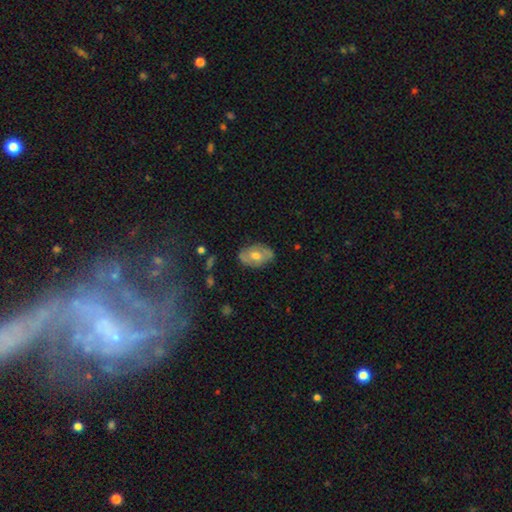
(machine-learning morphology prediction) Smooth or featured?
  - smooth: 48% *
  - featured or disk: 44%
  - star or artifact: 8%
Merging?
  - none: 77% *
  - minor disturbance: 18%
  - major disturbance: 4%
  - merger: 2%